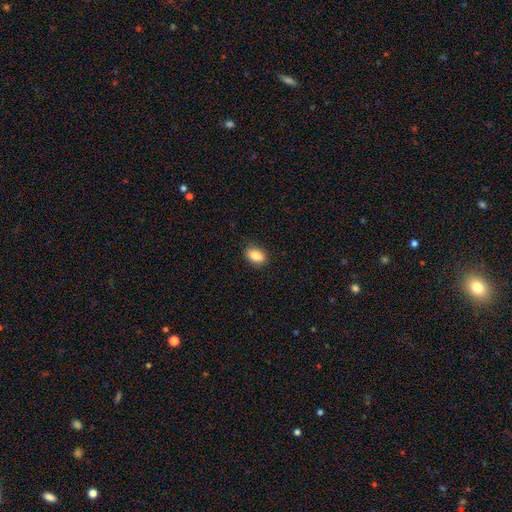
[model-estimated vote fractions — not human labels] A smooth galaxy with no disk features (86%) that is in between round and cigar-shaped (87%). Merging: none (87%).